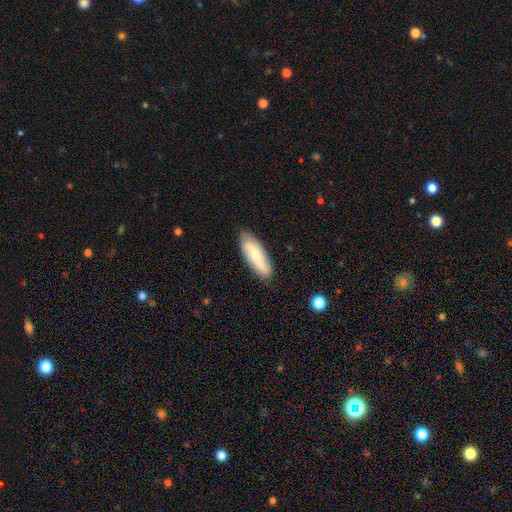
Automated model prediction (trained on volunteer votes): smooth_or_featured: smooth (p=0.62) [alt: featured or disk p=0.32]
how_rounded: in between (p=0.54) [alt: cigar-shaped p=0.44]
merging: none (p=0.83) [alt: minor disturbance p=0.13]